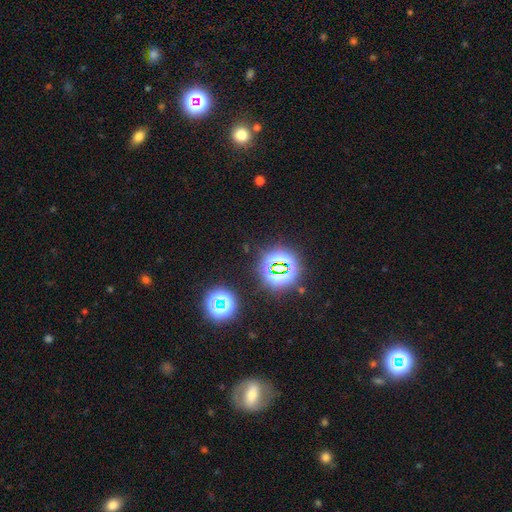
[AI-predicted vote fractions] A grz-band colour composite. It shows a star or artifact, not a galaxy (77%).